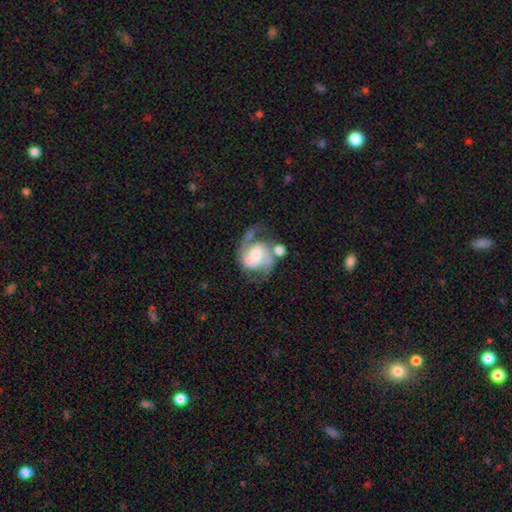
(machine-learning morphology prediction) The model was most divided on "bulge size": moderate: 46%, small: 34%, large: 12%, none: 6%, dominant: 2%. Remaining: edge-on disk — no (98%); spiral arms — yes (96%); spiral arm count — 2 (86%); smooth or featured — featured or disk (84%); bar — no (60%); spiral winding — medium (52%); merging — none (48%).